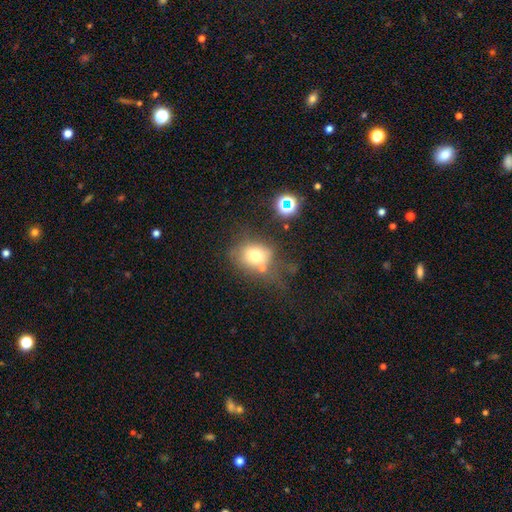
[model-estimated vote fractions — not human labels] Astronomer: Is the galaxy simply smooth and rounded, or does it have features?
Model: smooth — 69%.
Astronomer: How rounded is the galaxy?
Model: round — 52% (runner-up: in between, 47%).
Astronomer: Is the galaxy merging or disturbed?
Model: none — 45% (runner-up: minor disturbance, 22%).